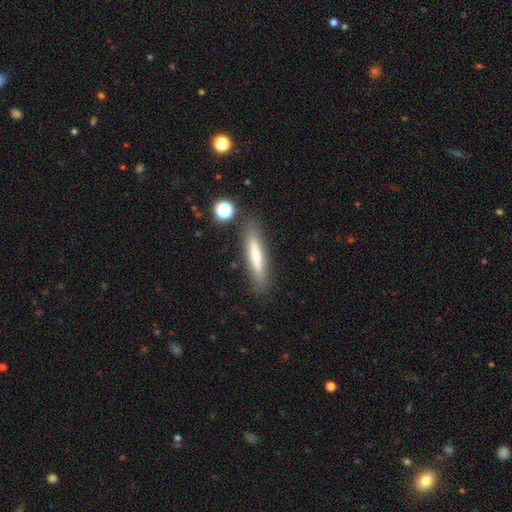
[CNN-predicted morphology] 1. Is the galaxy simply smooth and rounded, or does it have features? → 61% smooth, 32% featured or disk, 7% star or artifact.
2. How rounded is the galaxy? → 86% cigar-shaped, 12% in between, 2% round.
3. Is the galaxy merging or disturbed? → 83% none, 11% minor disturbance, 4% merger, 3% major disturbance.